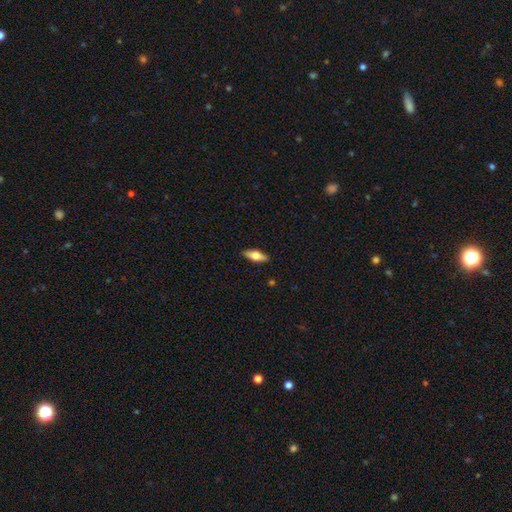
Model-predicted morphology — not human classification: This appears to be a smooth galaxy with no disk features (65%) that is in between round and cigar-shaped (68%). Merging: none (89%).